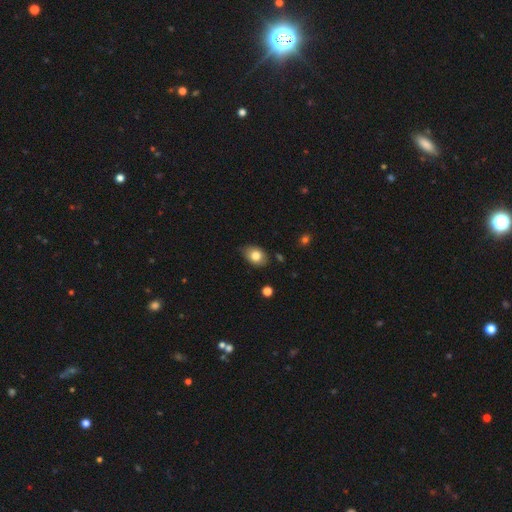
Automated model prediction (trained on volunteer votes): This is clearly a smooth galaxy (81%). How rounded: likely in between (75%). Merging: likely none (73%).